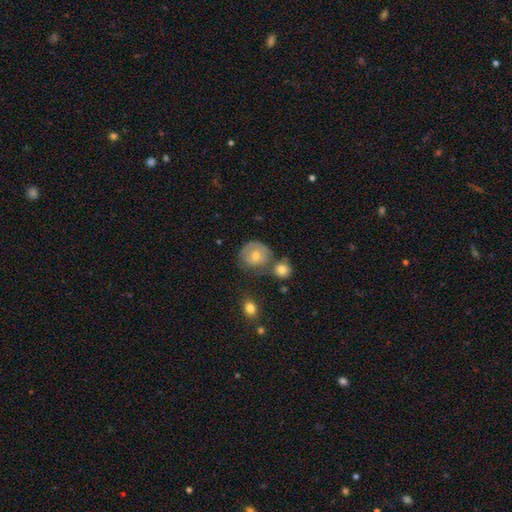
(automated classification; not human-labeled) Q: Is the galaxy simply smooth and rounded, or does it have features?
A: smooth — 57%.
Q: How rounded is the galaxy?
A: round — 76%.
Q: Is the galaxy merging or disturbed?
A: none — 50%.